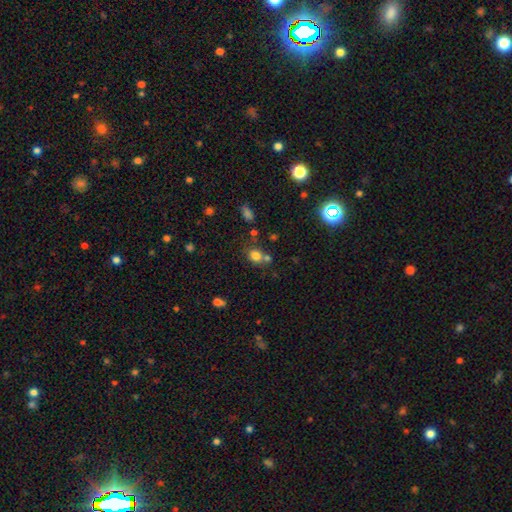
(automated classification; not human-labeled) smooth_or_featured: smooth (p=0.77) [alt: star or artifact p=0.15]
how_rounded: round (p=0.71) [alt: in between p=0.28]
merging: none (p=0.58) [alt: merger p=0.26]